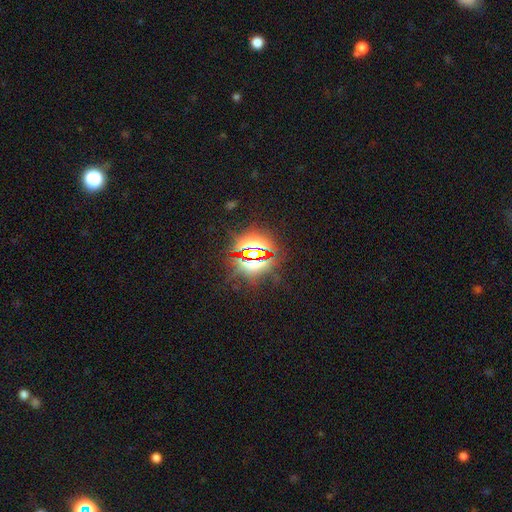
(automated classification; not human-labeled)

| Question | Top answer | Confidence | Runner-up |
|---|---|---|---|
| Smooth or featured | star or artifact | 83% | smooth (9%) |